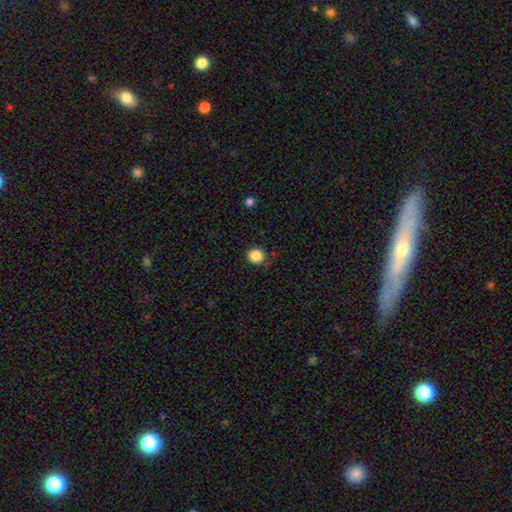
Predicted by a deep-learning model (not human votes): This appears to be a smooth galaxy with no disk features (86%) that is round (87%). Merging: none (81%).